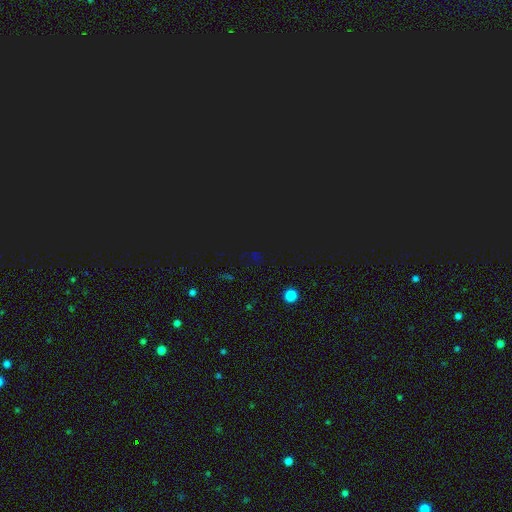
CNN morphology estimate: smooth_or_featured: star or artifact (p=0.72) [alt: smooth p=0.22]